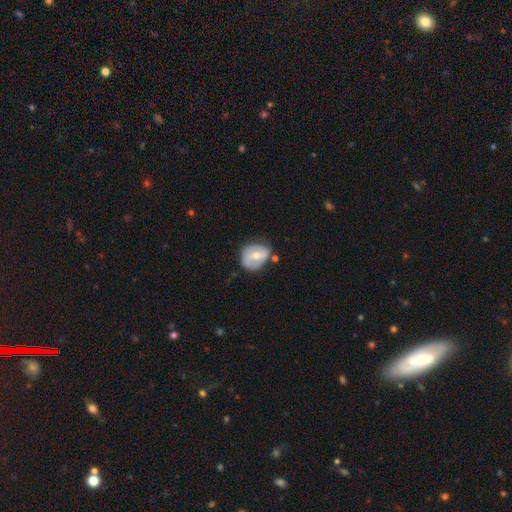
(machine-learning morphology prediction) Smooth or featured? Predicted: smooth (p=0.47, tied with featured or disk). Merging? Predicted: none (p=0.52).